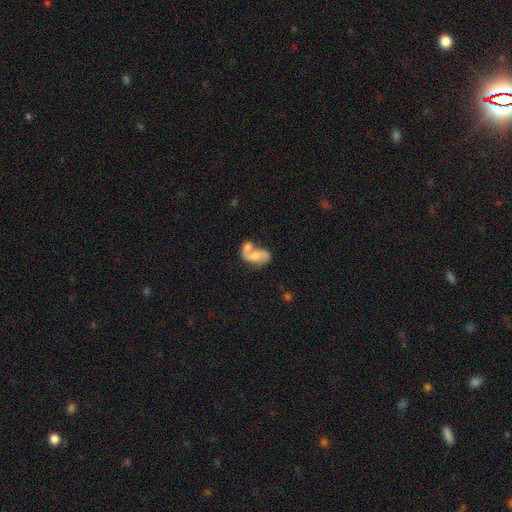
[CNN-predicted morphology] The model was most divided on "bulge size": small: 33%, none: 32%, moderate: 26%, large: 7%, dominant: 2%. More confident: edge-on disk — no (97%); spiral arms — yes (74%); bar — no (66%); merging — merger (57%); smooth or featured — featured or disk (53%).